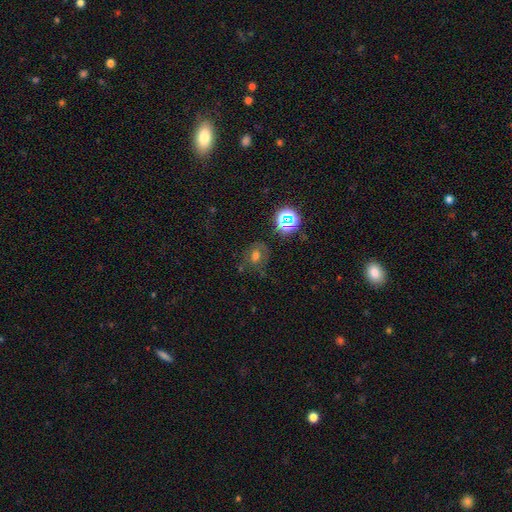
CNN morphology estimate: Q: Smooth or featured?
A: smooth (49%); runner-up: star or artifact (28%)
Q: Merging?
A: none (64%); runner-up: minor disturbance (21%)